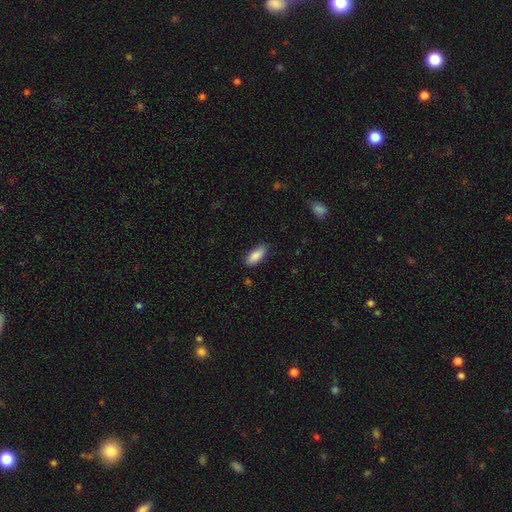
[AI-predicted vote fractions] A smooth galaxy with no disk features (88%) that is in between round and cigar-shaped (79%). Merging: none (80%).